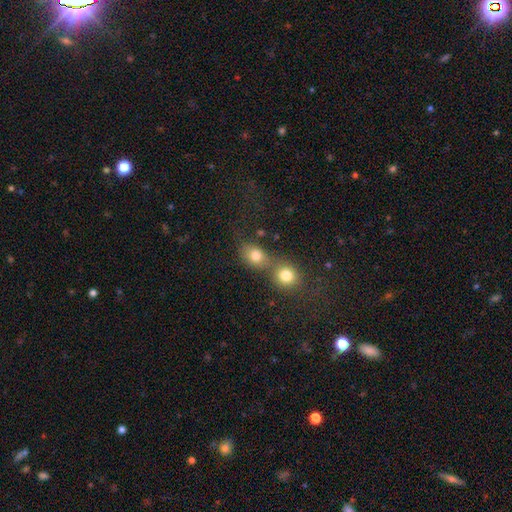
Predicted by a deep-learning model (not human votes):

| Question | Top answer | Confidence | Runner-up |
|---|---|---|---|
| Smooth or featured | smooth | 77% | star or artifact (13%) |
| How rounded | round | 56% | in between (42%) |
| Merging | merger | 51% | none (37%) |